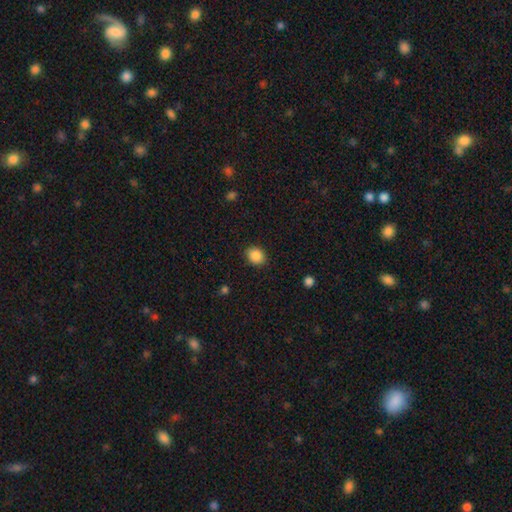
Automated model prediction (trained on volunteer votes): smooth-or-featured: smooth: 88% | star or artifact: 9% | featured or disk: 3%
  how-rounded: round: 58% | in between: 41% | cigar-shaped: 1%
  merging: none: 89% | minor disturbance: 8% | major disturbance: 2% | merger: 1%